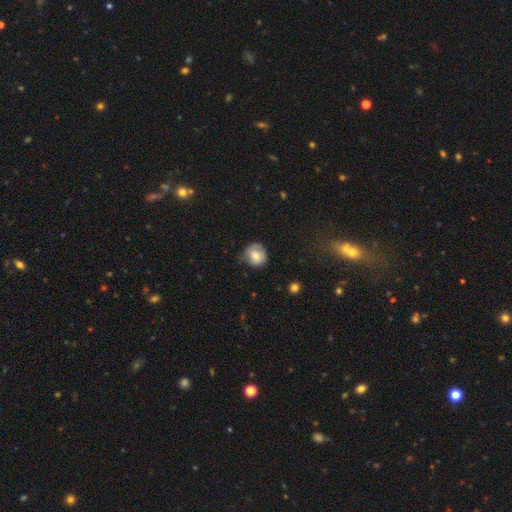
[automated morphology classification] This is likely a smooth galaxy (66%). How rounded: clearly round (84%). Merging: likely none (64%).